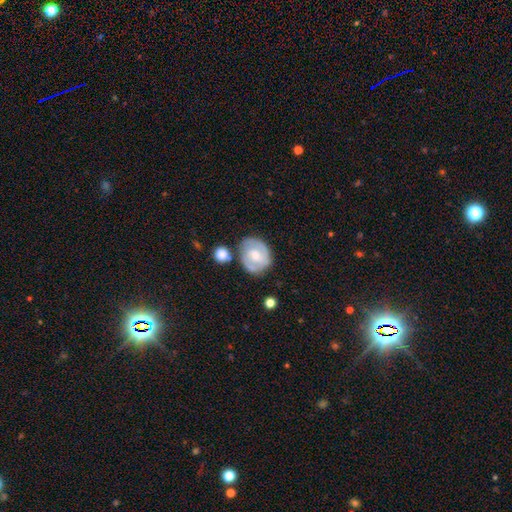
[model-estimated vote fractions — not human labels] Overall: featured or disk (62%; smooth 32%). Edge-on disk: no (97%). Bar: no (48%; weak 42%). Spiral arms: yes (78%). Bulge size: moderate (58%; small 32%). Merging: none (62%).